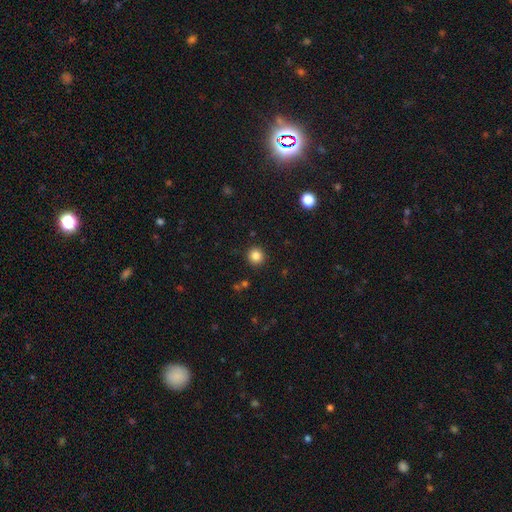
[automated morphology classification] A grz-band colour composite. It shows a smooth galaxy with no disk features (84%) that is round (94%). Merging: none (91%).